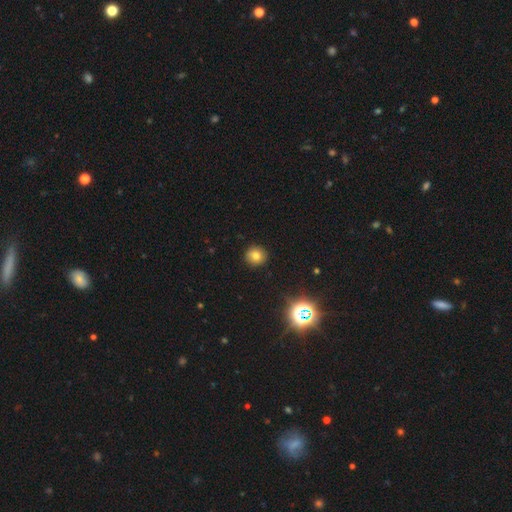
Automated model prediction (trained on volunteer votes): Smooth or featured? smooth (76%)
How rounded? round (90%)
Merging? none (91%)